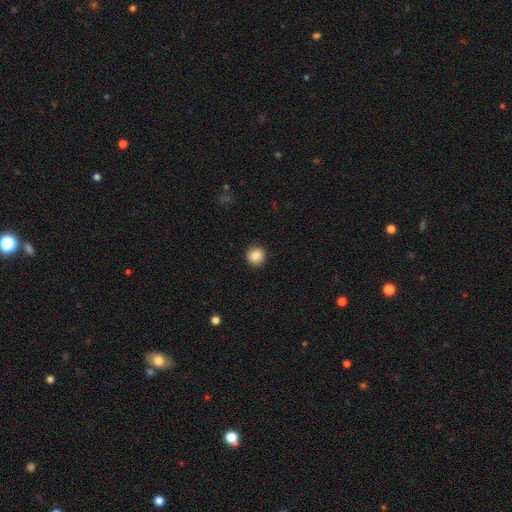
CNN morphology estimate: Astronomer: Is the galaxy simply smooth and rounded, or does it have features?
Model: smooth — 87%.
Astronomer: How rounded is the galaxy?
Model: round — 95%.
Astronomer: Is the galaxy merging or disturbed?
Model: none — 92%.